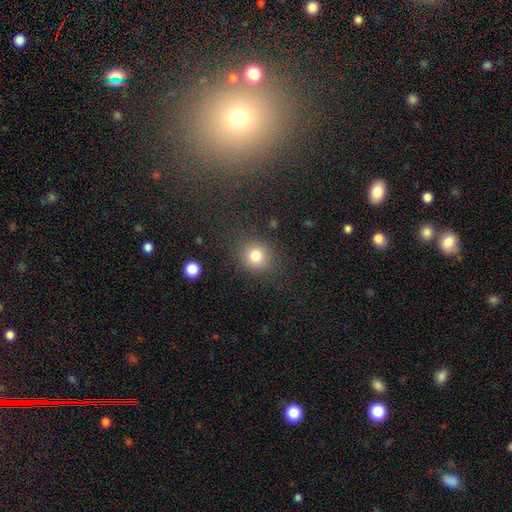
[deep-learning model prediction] Overall: smooth (81%). How rounded: round (86%). Merging: none (84%).